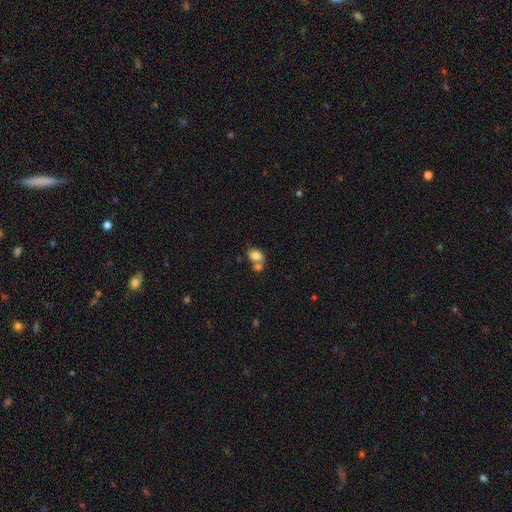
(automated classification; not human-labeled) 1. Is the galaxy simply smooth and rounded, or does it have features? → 81% smooth, 10% featured or disk, 9% star or artifact.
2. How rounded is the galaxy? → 75% in between, 24% round, 1% cigar-shaped.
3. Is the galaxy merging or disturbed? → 45% merger, 40% none, 11% minor disturbance, 4% major disturbance.